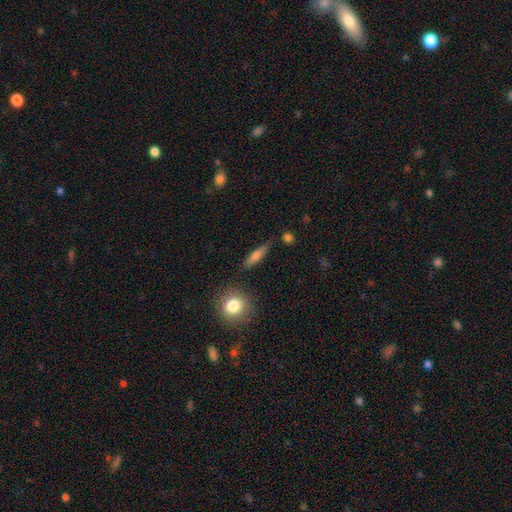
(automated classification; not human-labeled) The model was most divided on "smooth or featured": smooth: 54%, featured or disk: 36%, star or artifact: 11%. More confident: merging — none (83%); how rounded — cigar-shaped (72%).